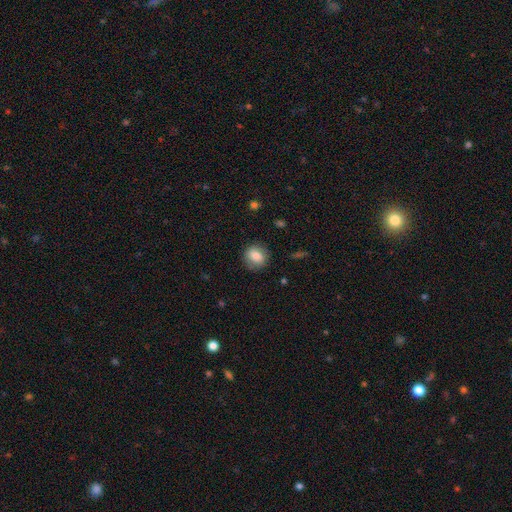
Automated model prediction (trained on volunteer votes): Overall: smooth (81%). How rounded: round (77%). Merging: none (84%).